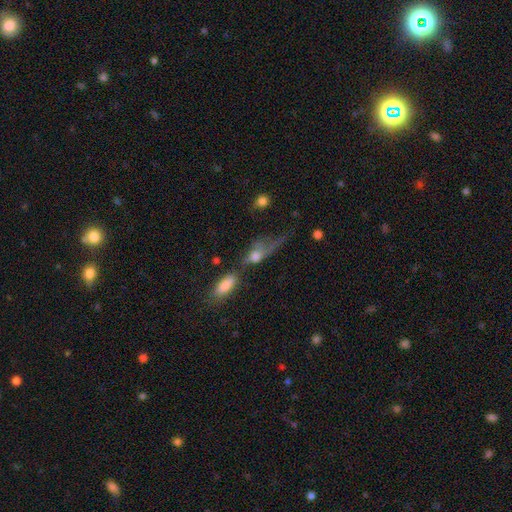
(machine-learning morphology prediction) Smooth or featured?
  - smooth: 55% *
  - featured or disk: 32%
  - star or artifact: 13%
How rounded?
  - in between: 68% *
  - cigar-shaped: 17%
  - round: 15%
Merging?
  - major disturbance: 38% *
  - merger: 25%
  - none: 20%
  - minor disturbance: 16%